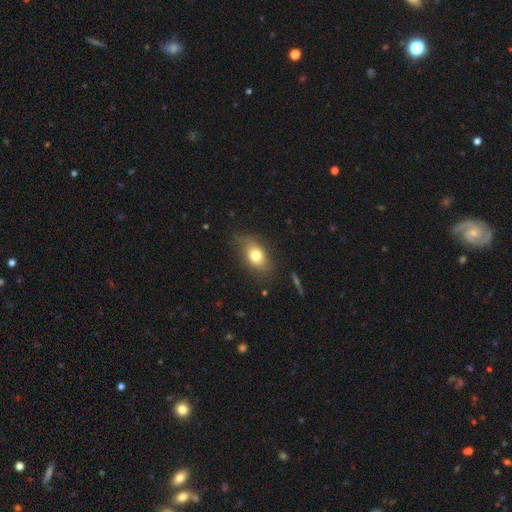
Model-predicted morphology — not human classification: Overall: smooth (74%). How rounded: in between (81%). Merging: none (71%).